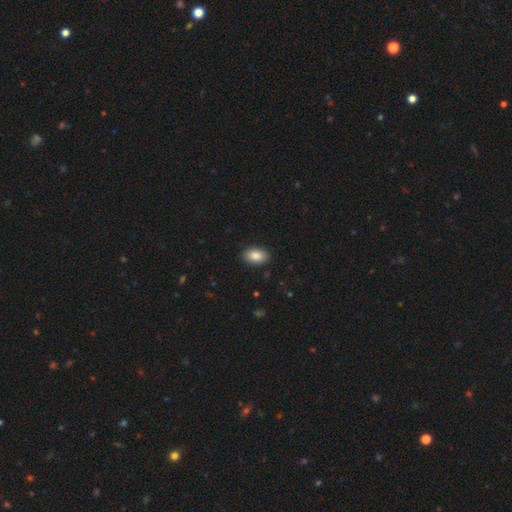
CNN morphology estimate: A smooth galaxy with no disk features (87%) that is in between round and cigar-shaped (92%).

Vote fractions:
- Smooth or featured? smooth: 87% / star or artifact: 7% / featured or disk: 5%
- How rounded? in between: 92% / round: 6% / cigar-shaped: 1%
- Merging? none: 89% / minor disturbance: 8% / major disturbance: 2% / merger: 1%